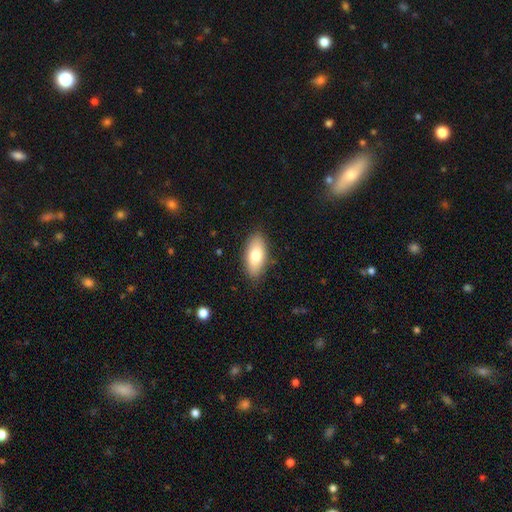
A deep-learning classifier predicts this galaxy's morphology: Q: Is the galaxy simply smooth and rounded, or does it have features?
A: smooth — 77%.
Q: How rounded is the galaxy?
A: in between — 87%.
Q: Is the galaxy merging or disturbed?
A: none — 86%.